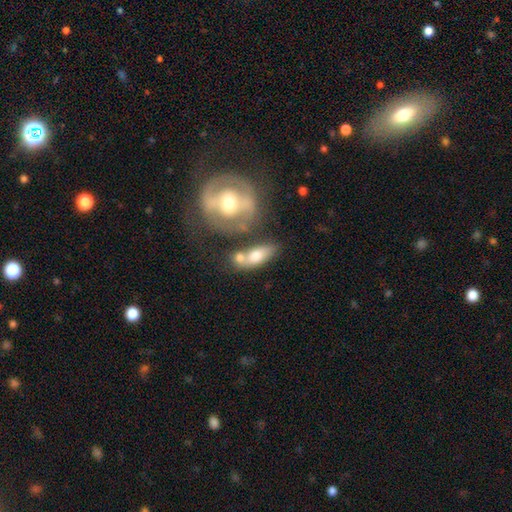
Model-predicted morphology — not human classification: A smooth galaxy with no disk features (64%) that is in between round and cigar-shaped (77%). Merging: merger (39%).